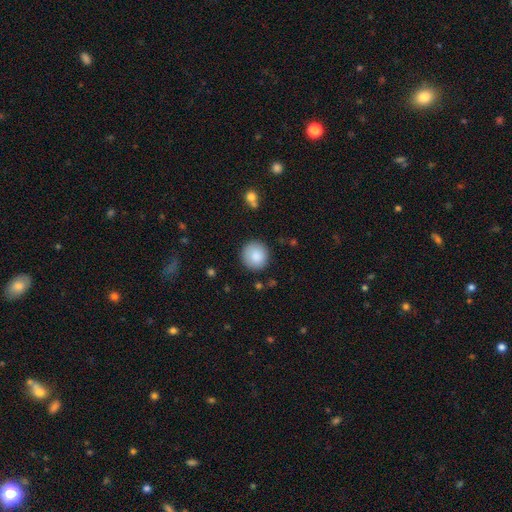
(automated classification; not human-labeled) smooth-or-featured: smooth: 87% | star or artifact: 7% | featured or disk: 6%
  how-rounded: round: 94% | in between: 6% | cigar-shaped: 1%
  merging: none: 88% | minor disturbance: 9% | major disturbance: 2% | merger: 2%